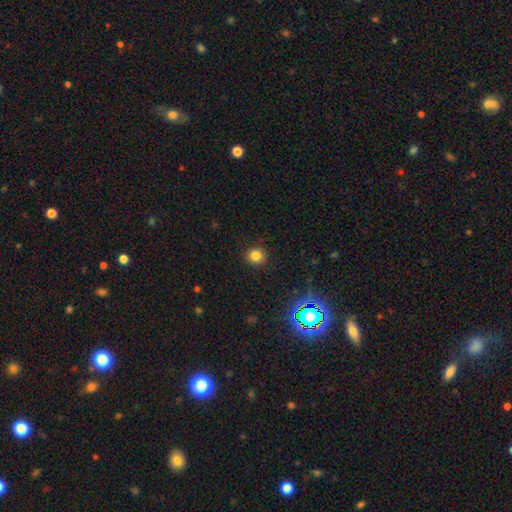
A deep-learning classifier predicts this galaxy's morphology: smooth_or_featured: smooth (p=0.81) [alt: star or artifact p=0.15]
how_rounded: round (p=0.90) [alt: in between p=0.09]
merging: none (p=0.91) [alt: minor disturbance p=0.06]